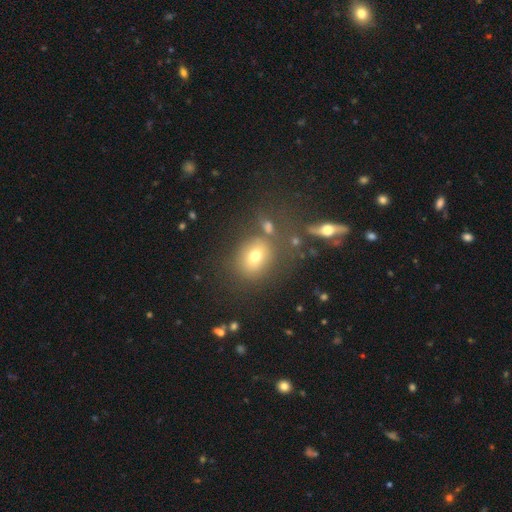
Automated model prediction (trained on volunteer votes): smooth_or_featured: smooth (p=0.65) [alt: featured or disk p=0.20]
how_rounded: round (p=0.49) [tied with: in between p=0.49]
merging: none (p=0.68) [alt: merger p=0.13]